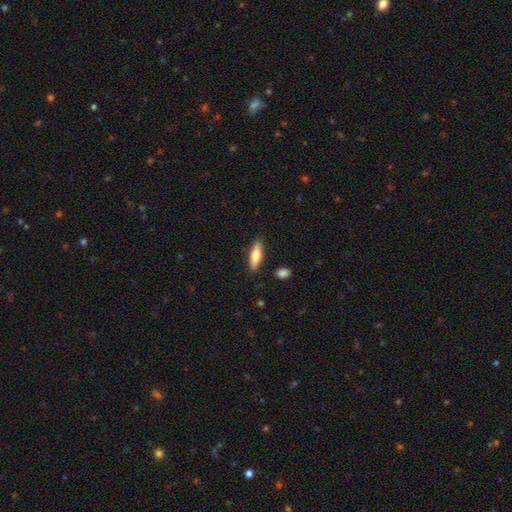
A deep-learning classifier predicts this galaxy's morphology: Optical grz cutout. It shows a smooth galaxy with no disk features (67%) that is cigar-shaped (54%). Merging: none (87%).